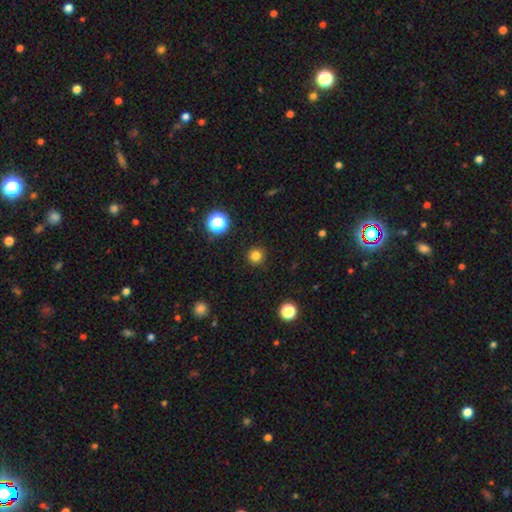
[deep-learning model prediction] This appears to be a smooth galaxy with no disk features (81%) that is round (95%). Merging: none (92%).